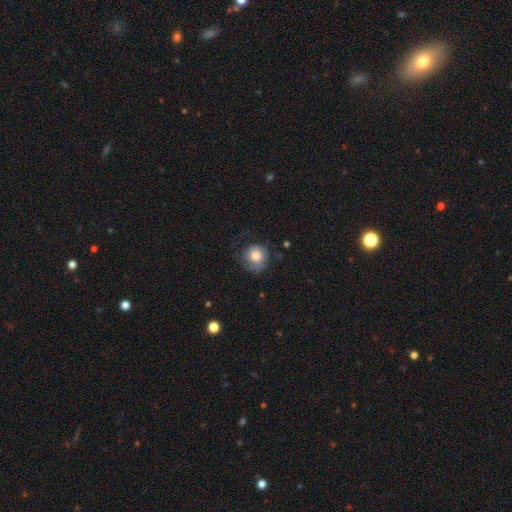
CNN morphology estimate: smooth-or-featured: smooth: 70% | featured or disk: 22% | star or artifact: 8%
  how-rounded: round: 87% | in between: 12% | cigar-shaped: 1%
  merging: none: 59% | minor disturbance: 24% | major disturbance: 15% | merger: 1%